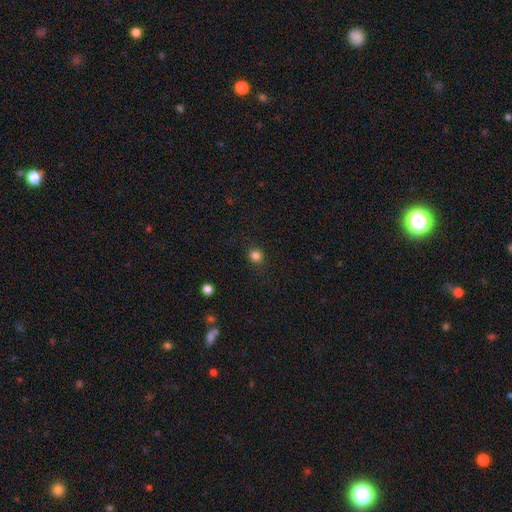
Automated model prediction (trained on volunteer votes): A smooth galaxy with no disk features (82%) that is round (82%). Merging: none (87%).